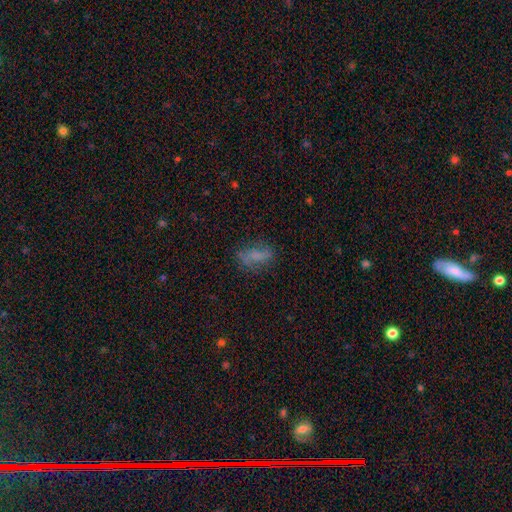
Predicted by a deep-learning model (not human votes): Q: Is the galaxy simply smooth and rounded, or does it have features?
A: smooth — 56%.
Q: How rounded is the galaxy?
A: in between — 76%.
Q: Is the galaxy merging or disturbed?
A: none — 62%.